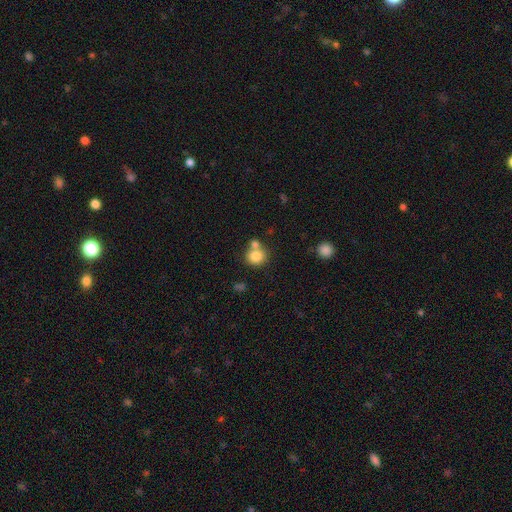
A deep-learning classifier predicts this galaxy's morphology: Q: Smooth or featured?
A: smooth (82%); runner-up: star or artifact (10%)
Q: How rounded?
A: round (86%); runner-up: in between (13%)
Q: Merging?
A: none (56%); runner-up: merger (33%)